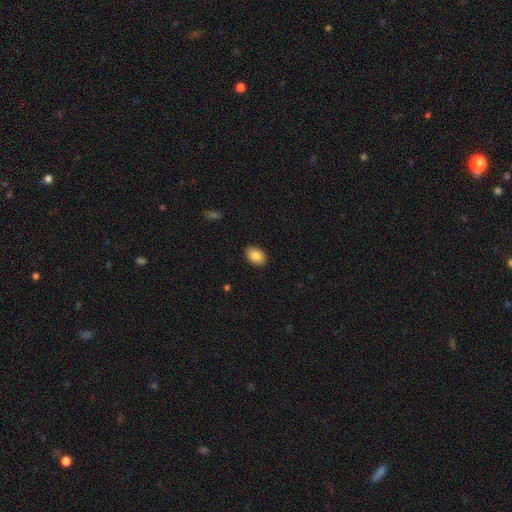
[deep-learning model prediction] This is clearly a smooth galaxy (86%). How rounded: clearly in between (83%). Merging: clearly none (89%).